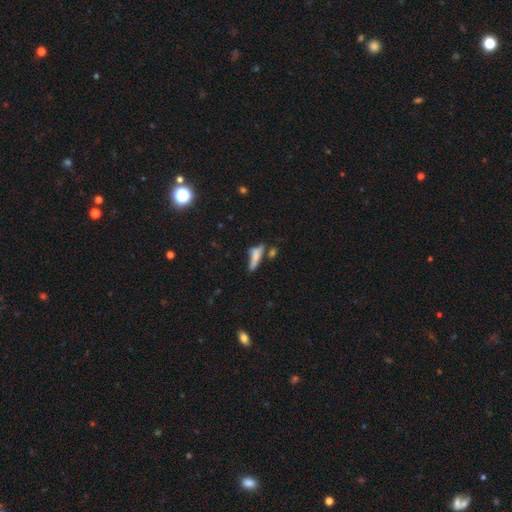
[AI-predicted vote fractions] smooth-or-featured: smooth: 63% | featured or disk: 25% | star or artifact: 11%
  how-rounded: cigar-shaped: 64% | in between: 33% | round: 3%
  merging: none: 35% | merger: 26% | minor disturbance: 22% | major disturbance: 17%